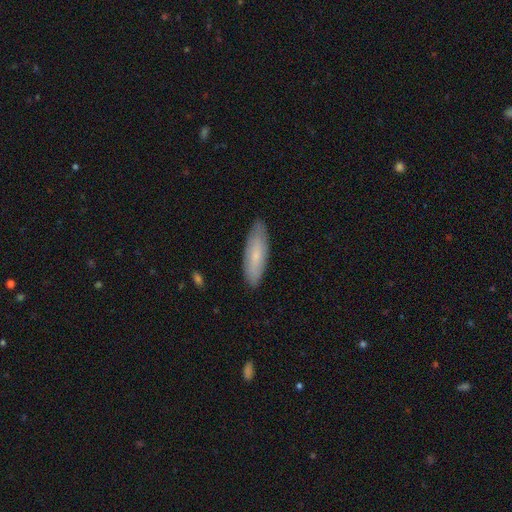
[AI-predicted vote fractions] Q: Smooth or featured?
A: smooth (67%); runner-up: featured or disk (26%)
Q: How rounded?
A: cigar-shaped (51%); runner-up: in between (48%)
Q: Merging?
A: none (84%); runner-up: minor disturbance (12%)